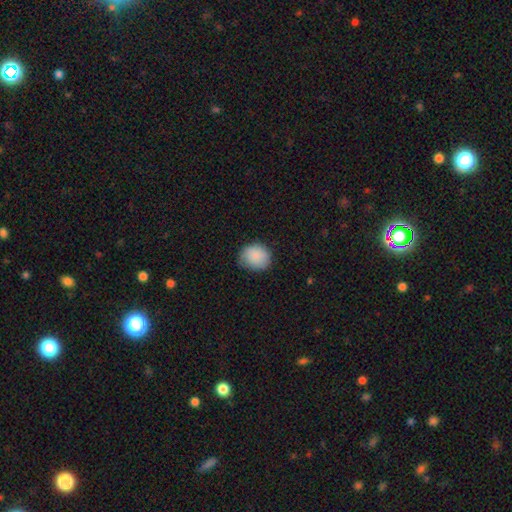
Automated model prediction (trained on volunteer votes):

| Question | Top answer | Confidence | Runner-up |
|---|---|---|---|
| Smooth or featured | smooth | 87% | star or artifact (8%) |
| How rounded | round | 74% | in between (26%) |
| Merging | none | 70% | minor disturbance (25%) |